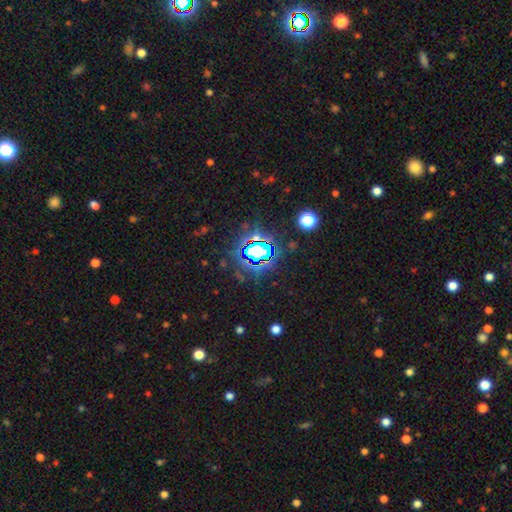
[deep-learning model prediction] A star or artifact, not a galaxy (82%).